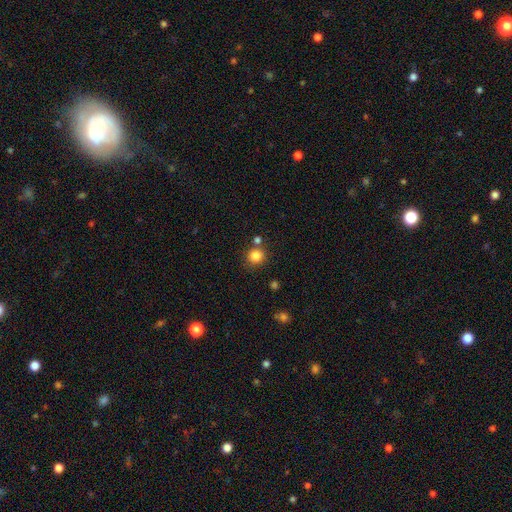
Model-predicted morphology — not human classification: A smooth galaxy with no disk features (84%) that is round (90%). Merging: none (76%).